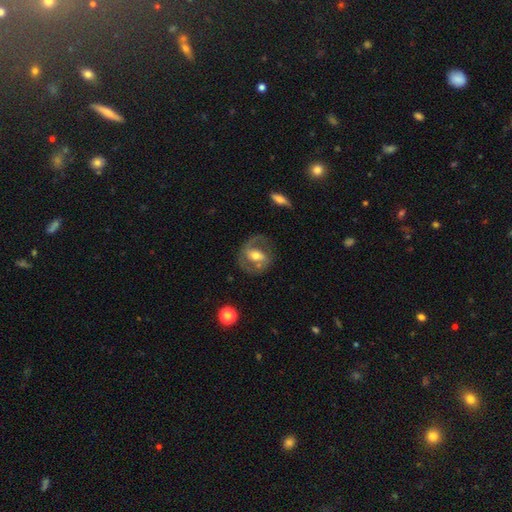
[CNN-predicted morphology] smooth-or-featured: featured or disk: 73% | smooth: 21% | star or artifact: 6%
  disk-edge-on: no: 95% | yes: 5%
    bar: strong: 38% | weak: 37% | no: 25%
    has-spiral-arms: yes: 78% | no: 22%
      spiral-winding: medium: 49% | tight: 29% | loose: 22%
      spiral-arm-count: 2: 79% | 1: 9% | can't tell: 9% | 3: 1% | 4: 1% | more than 4: 1%
    bulge-size: moderate: 66% | small: 21% | large: 11% | none: 2% | dominant: 1%
  merging: none: 68% | minor disturbance: 17% | major disturbance: 12% | merger: 4%